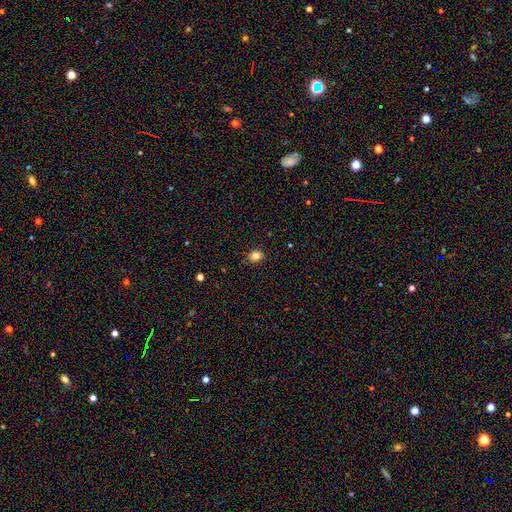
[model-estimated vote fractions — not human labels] smooth_or_featured: smooth (p=0.81) [alt: star or artifact p=0.12]
how_rounded: round (p=0.59) [alt: in between p=0.40]
merging: none (p=0.86) [alt: minor disturbance p=0.11]